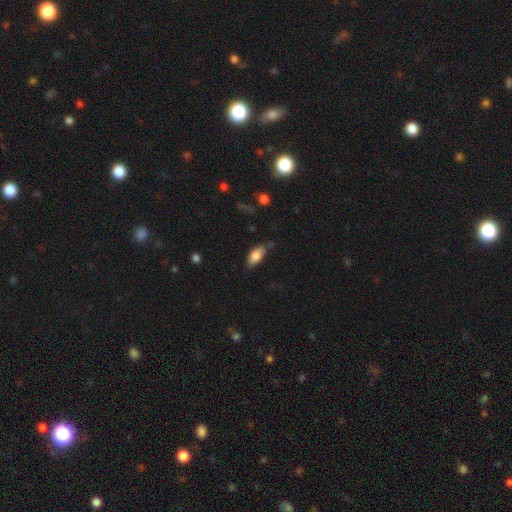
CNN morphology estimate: smooth_or_featured: smooth (p=0.83) [alt: featured or disk p=0.10]
how_rounded: in between (p=0.88) [alt: cigar-shaped p=0.09]
merging: none (p=0.72) [alt: minor disturbance p=0.21]